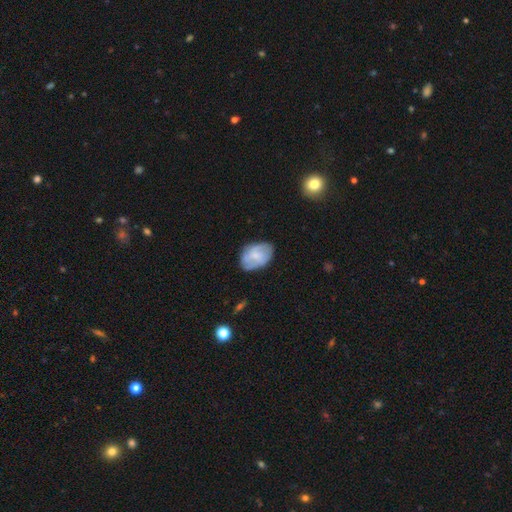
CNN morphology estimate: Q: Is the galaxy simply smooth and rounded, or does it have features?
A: smooth — 48%.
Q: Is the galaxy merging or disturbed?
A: none — 70%.